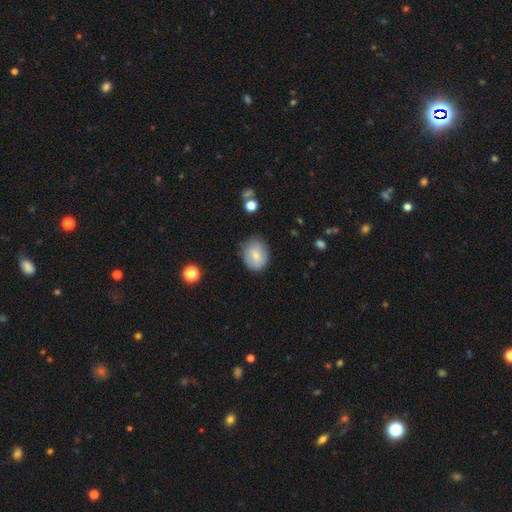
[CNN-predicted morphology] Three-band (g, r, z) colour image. It shows a smooth galaxy with no disk features (76%) that is in between round and cigar-shaped (51%). Merging: none (73%).